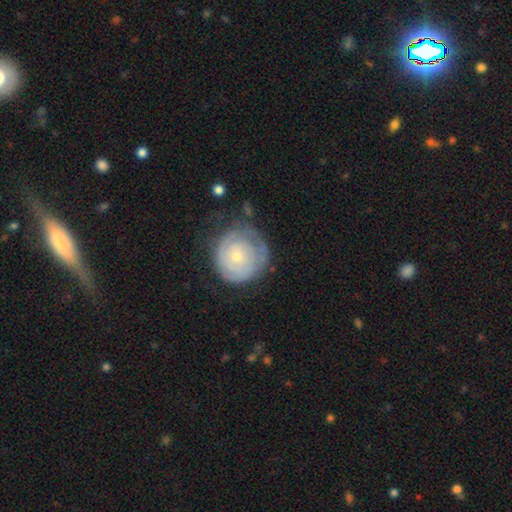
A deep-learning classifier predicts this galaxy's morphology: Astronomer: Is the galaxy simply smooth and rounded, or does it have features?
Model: featured or disk — 63%.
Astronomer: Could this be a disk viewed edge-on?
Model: no — 98%.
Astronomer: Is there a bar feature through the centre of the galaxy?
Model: no — 85%.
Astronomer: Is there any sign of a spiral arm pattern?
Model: yes — 78%.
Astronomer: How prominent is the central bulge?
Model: small — 71%.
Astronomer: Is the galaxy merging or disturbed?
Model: none — 65%.